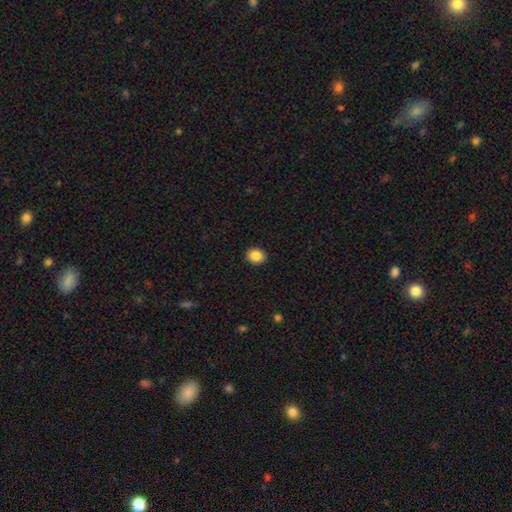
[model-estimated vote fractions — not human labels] The model was most divided on "how rounded": round: 66%, in between: 33%, cigar-shaped: 1%. More confident: merging — none (92%); smooth or featured — smooth (88%).